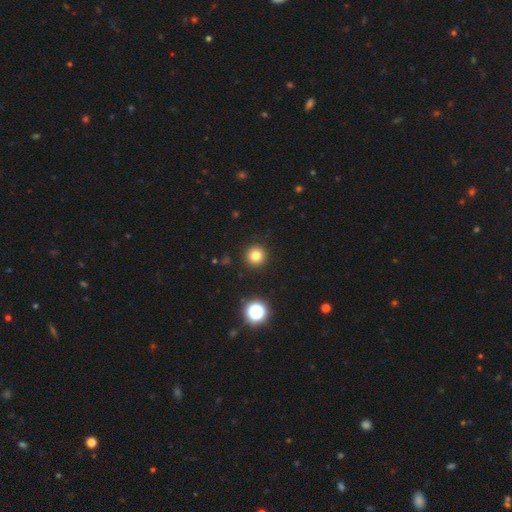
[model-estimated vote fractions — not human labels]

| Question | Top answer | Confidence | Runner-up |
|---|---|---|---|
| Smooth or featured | smooth | 80% | star or artifact (14%) |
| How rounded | round | 96% | in between (3%) |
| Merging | none | 92% | minor disturbance (5%) |